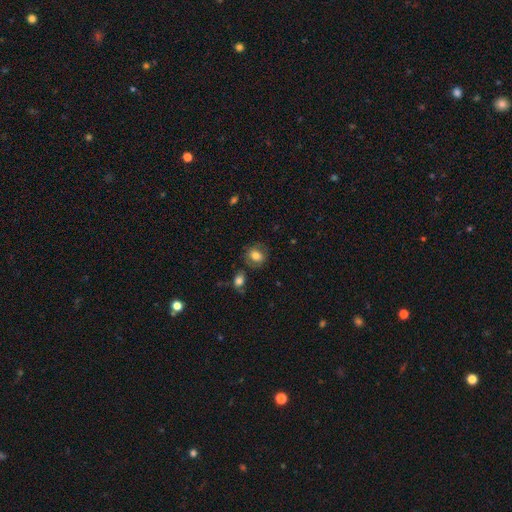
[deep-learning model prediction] smooth-or-featured: smooth: 75% | featured or disk: 16% | star or artifact: 9%
  how-rounded: round: 52% | in between: 47% | cigar-shaped: 1%
  merging: none: 73% | minor disturbance: 15% | major disturbance: 6% | merger: 6%